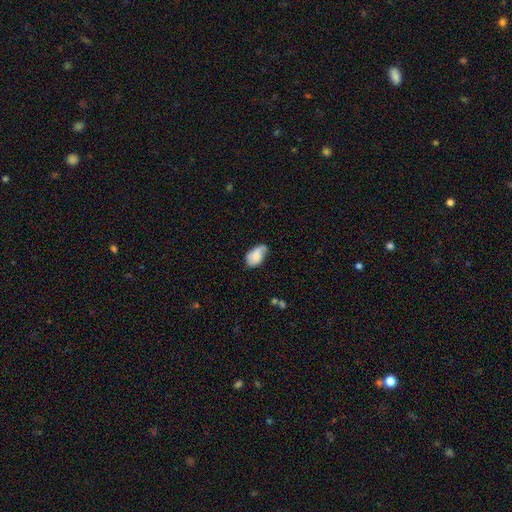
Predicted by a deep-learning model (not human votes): Smooth or featured?
  - smooth: 66% *
  - featured or disk: 26%
  - star or artifact: 7%
How rounded?
  - in between: 91% *
  - round: 7%
  - cigar-shaped: 2%
Merging?
  - none: 47% *
  - minor disturbance: 38%
  - major disturbance: 12%
  - merger: 3%